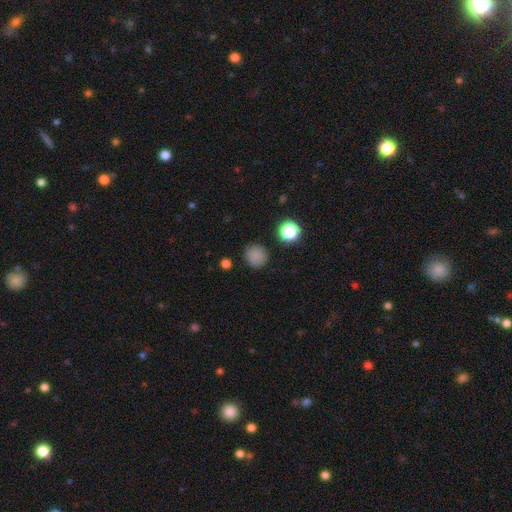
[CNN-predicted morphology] Smooth or featured? smooth (81%)
How rounded? round (91%)
Merging? none (86%)